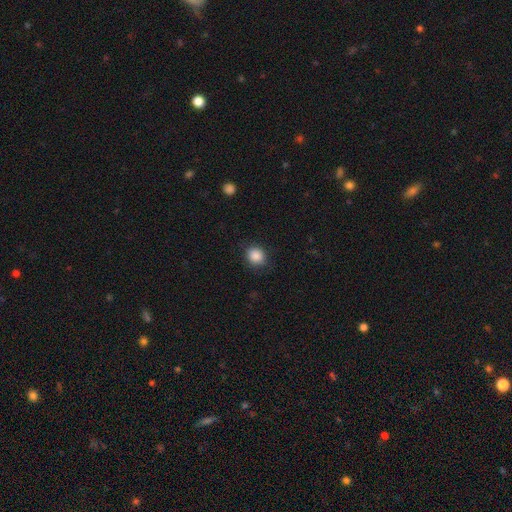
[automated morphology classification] Smooth or featured? smooth (88%)
How rounded? round (79%)
Merging? none (84%)